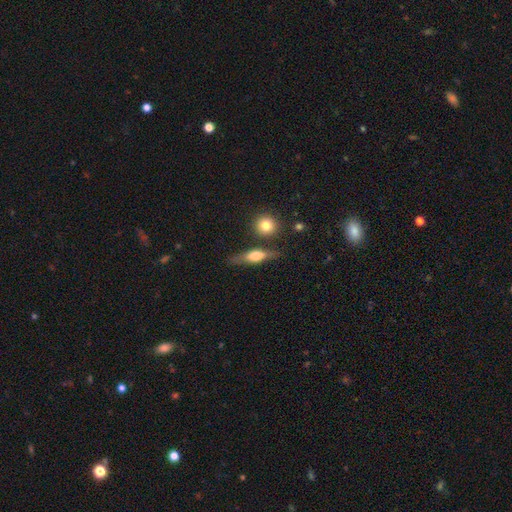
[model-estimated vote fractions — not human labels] A featured or disk galaxy (49%).

Vote fractions:
- Smooth or featured? featured or disk: 49% / smooth: 44% / star or artifact: 7%
- Merging? none: 73% / minor disturbance: 15% / merger: 7% / major disturbance: 5%